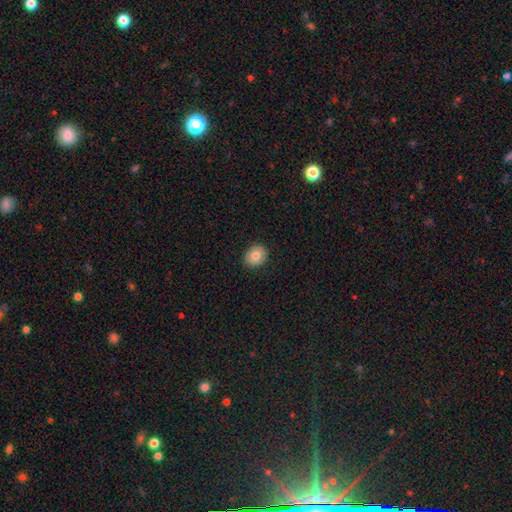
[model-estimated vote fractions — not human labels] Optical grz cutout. It shows a smooth galaxy with no disk features (80%) that is round (69%). Merging: none (90%).